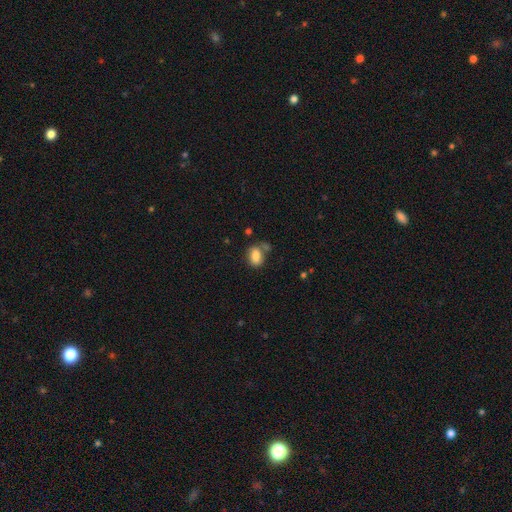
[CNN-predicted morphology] The model was most divided on "merging": none: 52%, minor disturbance: 21%, merger: 16%, major disturbance: 11%. More confident: how rounded — in between (84%); smooth or featured — smooth (83%).